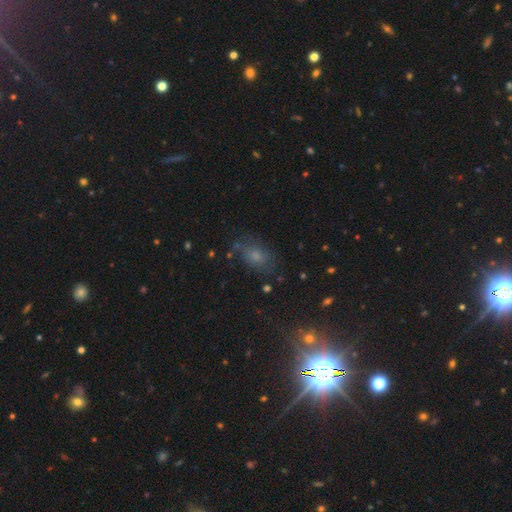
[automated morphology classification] This is possibly a smooth galaxy (57%). How rounded: likely in between (79%). Merging: likely none (68%).